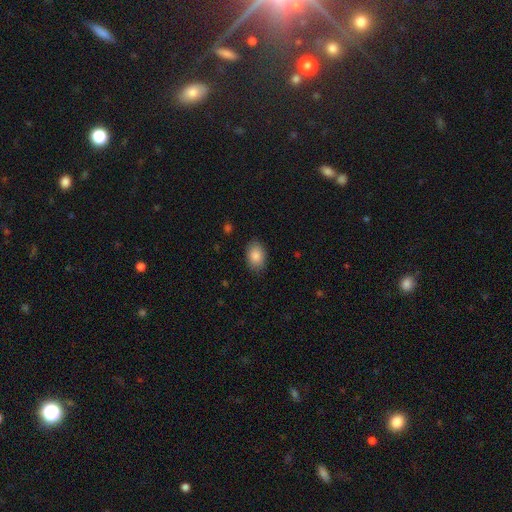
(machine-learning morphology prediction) A smooth galaxy with no disk features (87%) that is in between round and cigar-shaped (83%).

Vote fractions:
- Smooth or featured? smooth: 87% / star or artifact: 7% / featured or disk: 6%
- How rounded? in between: 83% / round: 16% / cigar-shaped: 1%
- Merging? none: 86% / minor disturbance: 11% / major disturbance: 3% / merger: 1%